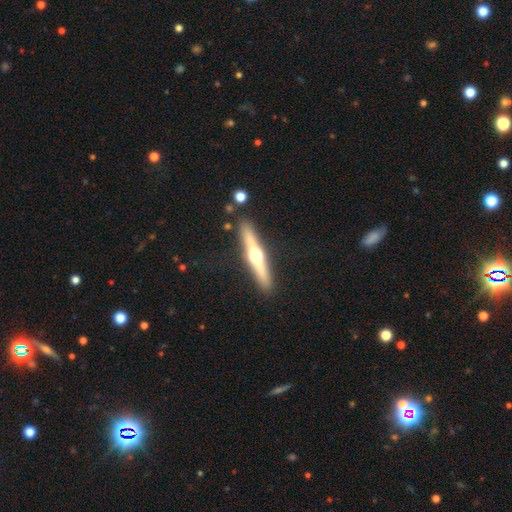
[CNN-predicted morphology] Q: Smooth or featured?
A: featured or disk (69%); runner-up: smooth (25%)
Q: Edge-on disk?
A: yes (97%); runner-up: no (3%)
Q: Edge-on bulge?
A: rounded (95%); runner-up: boxy (2%)
Q: Merging?
A: none (88%); runner-up: minor disturbance (8%)